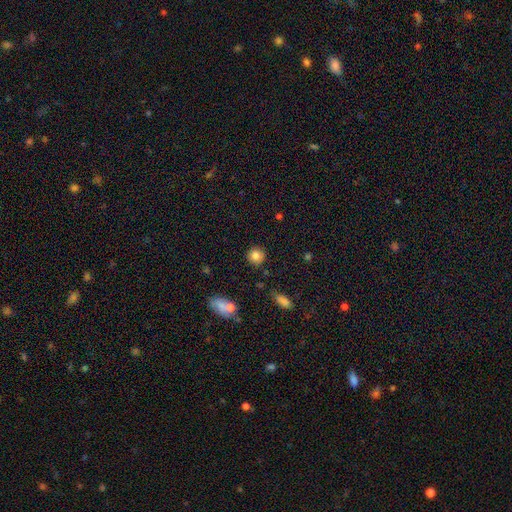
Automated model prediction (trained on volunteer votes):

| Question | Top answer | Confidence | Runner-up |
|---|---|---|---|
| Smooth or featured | smooth | 83% | star or artifact (10%) |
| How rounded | round | 91% | in between (8%) |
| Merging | none | 88% | minor disturbance (8%) |